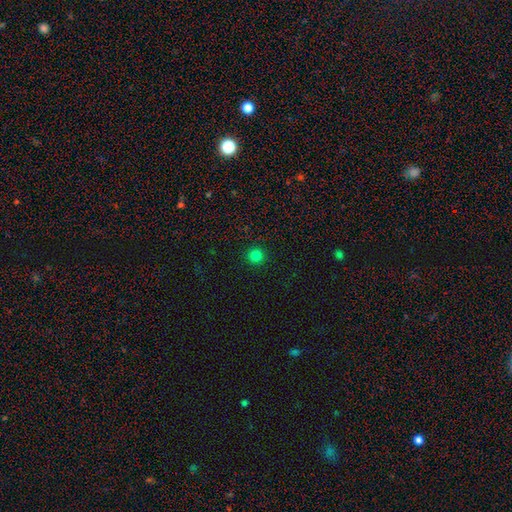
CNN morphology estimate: A smooth galaxy with no disk features (82%) that is round (95%).

Vote fractions:
- Smooth or featured? smooth: 82% / star or artifact: 15% / featured or disk: 3%
- How rounded? round: 95% / in between: 4% / cigar-shaped: 1%
- Merging? none: 93% / minor disturbance: 4% / major disturbance: 2% / merger: 1%